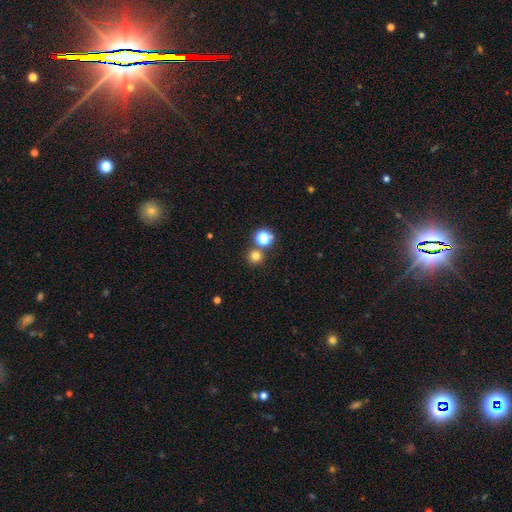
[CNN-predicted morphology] Smooth or featured? smooth (75%)
How rounded? round (93%)
Merging? none (74%)